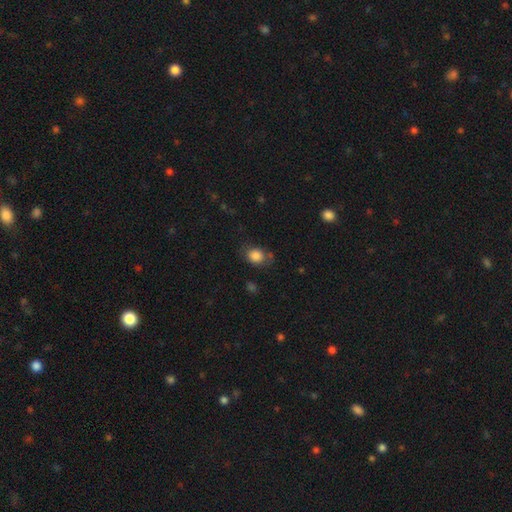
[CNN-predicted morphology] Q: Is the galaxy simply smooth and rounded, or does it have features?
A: smooth — 84%.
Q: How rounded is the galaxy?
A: round — 54%.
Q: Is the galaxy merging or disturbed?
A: none — 66%.